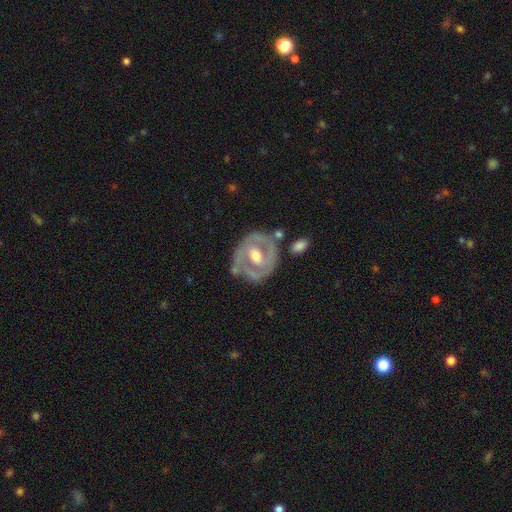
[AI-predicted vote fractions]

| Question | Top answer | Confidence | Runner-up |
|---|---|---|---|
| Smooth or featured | featured or disk | 76% | smooth (19%) |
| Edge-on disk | no | 95% | yes (5%) |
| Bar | no | 46% | weak (36%) |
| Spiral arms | yes | 51% | no (49%) |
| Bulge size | moderate | 70% | large (16%) |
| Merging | none | 63% | minor disturbance (21%) |